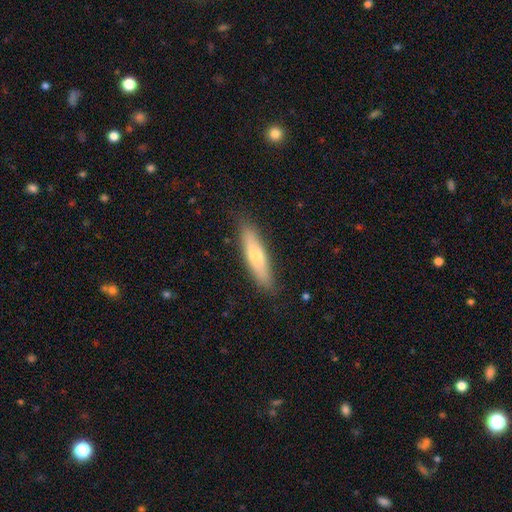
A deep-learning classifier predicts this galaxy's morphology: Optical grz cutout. It shows a smooth galaxy with no disk features (66%) that is cigar-shaped (77%). Merging: none (86%).